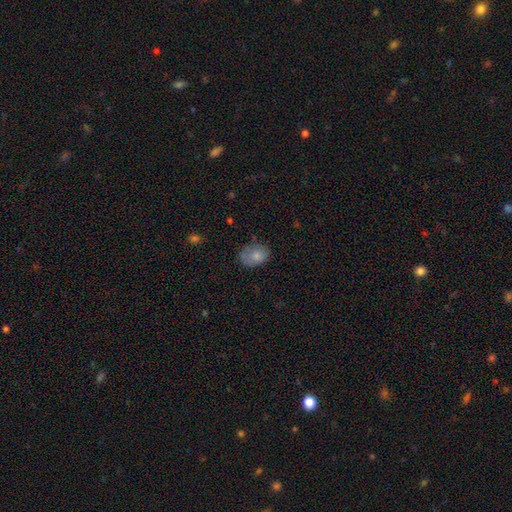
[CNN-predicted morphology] This is likely a smooth galaxy (80%). How rounded: likely in between (74%). Merging: possibly none (57%).